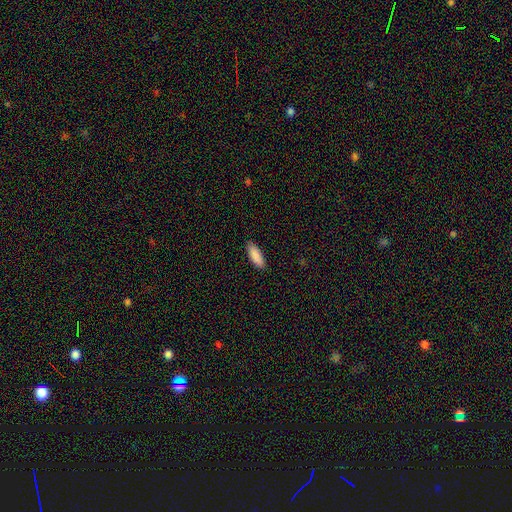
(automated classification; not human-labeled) smooth_or_featured: smooth (p=0.90) [alt: star or artifact p=0.06]
how_rounded: in between (p=0.64) [alt: cigar-shaped p=0.34]
merging: none (p=0.87) [alt: minor disturbance p=0.10]